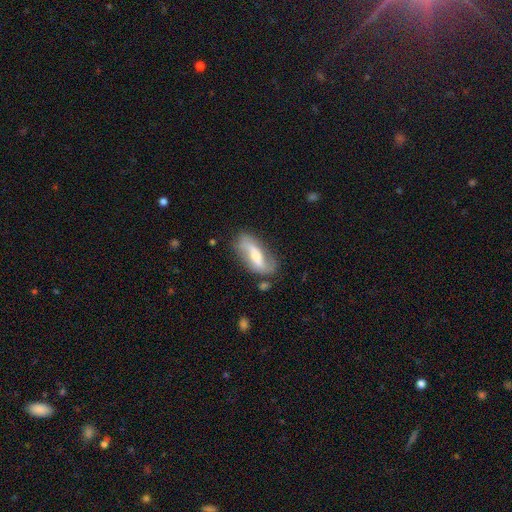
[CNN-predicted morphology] type=featured or disk (68%); edge-on=no (86%); bar=strong (41%); spiral arms=yes (83%); bulge=moderate (54%); merging=none (70%).